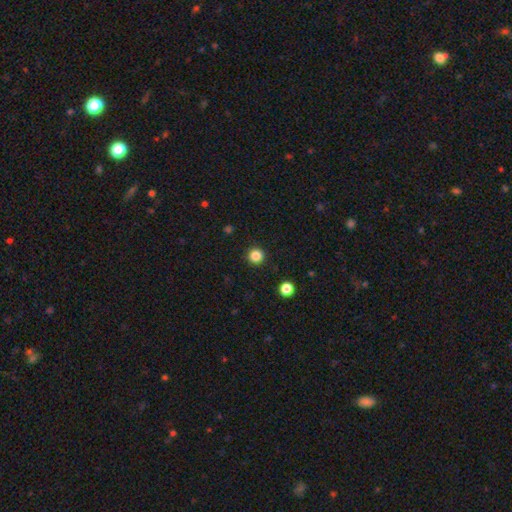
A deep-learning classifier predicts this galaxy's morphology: Smooth or featured: smooth — 85% (star or artifact — 12%)
How rounded: round — 96% (in between — 3%)
Merging: none — 93% (minor disturbance — 5%)